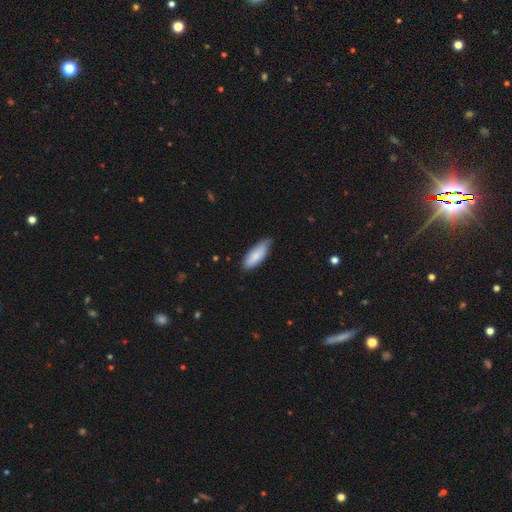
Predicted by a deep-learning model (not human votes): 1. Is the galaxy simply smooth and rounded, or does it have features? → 81% smooth, 14% featured or disk, 6% star or artifact.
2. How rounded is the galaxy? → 70% in between, 28% cigar-shaped, 2% round.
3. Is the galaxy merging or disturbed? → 65% none, 30% minor disturbance, 3% major disturbance, 1% merger.